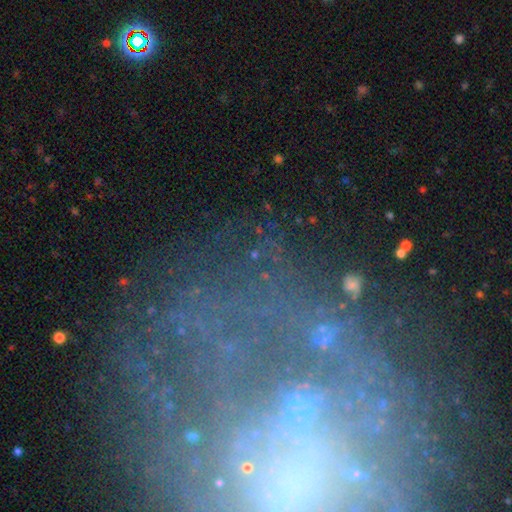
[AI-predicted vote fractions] Smooth or featured? featured or disk (52%)
Edge-on disk? no (91%)
Merging? none (58%)